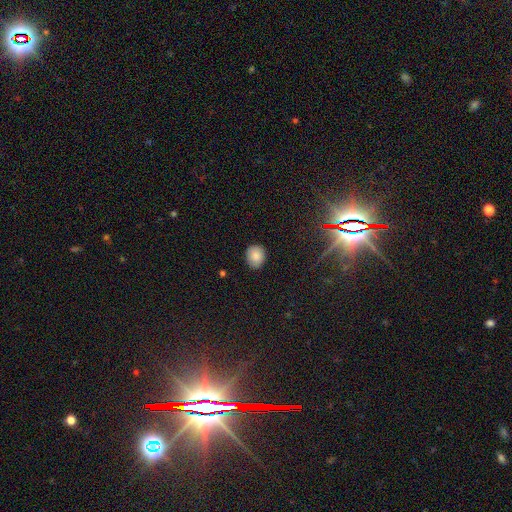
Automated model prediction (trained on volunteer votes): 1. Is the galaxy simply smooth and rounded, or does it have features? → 84% smooth, 10% star or artifact, 6% featured or disk.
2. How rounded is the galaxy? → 62% round, 37% in between, 1% cigar-shaped.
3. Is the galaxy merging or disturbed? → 85% none, 12% minor disturbance, 2% major disturbance, 1% merger.